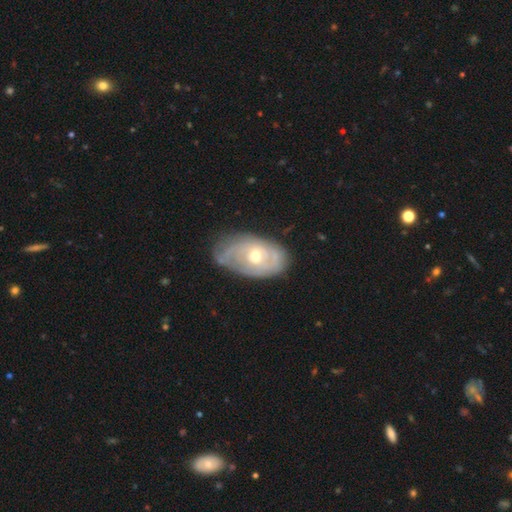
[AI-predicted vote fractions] Q: Smooth or featured?
A: featured or disk (69%); runner-up: smooth (25%)
Q: Edge-on disk?
A: no (93%); runner-up: yes (7%)
Q: Bar?
A: no (77%); runner-up: weak (19%)
Q: Spiral arms?
A: yes (69%); runner-up: no (31%)
Q: Bulge size?
A: moderate (63%); runner-up: small (33%)
Q: Merging?
A: none (60%); runner-up: minor disturbance (29%)